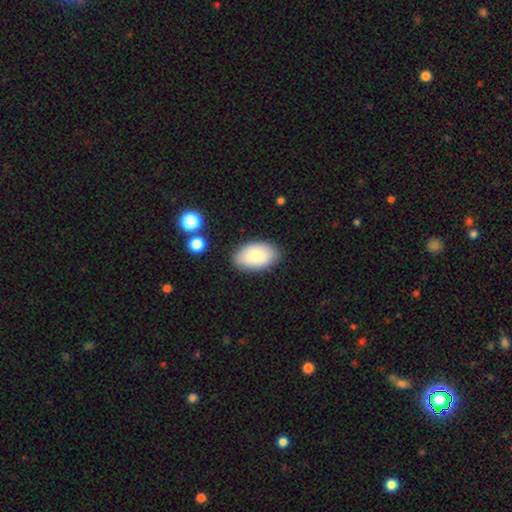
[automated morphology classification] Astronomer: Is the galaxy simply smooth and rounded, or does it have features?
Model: smooth — 84%.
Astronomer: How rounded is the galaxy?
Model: in between — 94%.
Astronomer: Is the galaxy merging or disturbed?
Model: none — 84%.